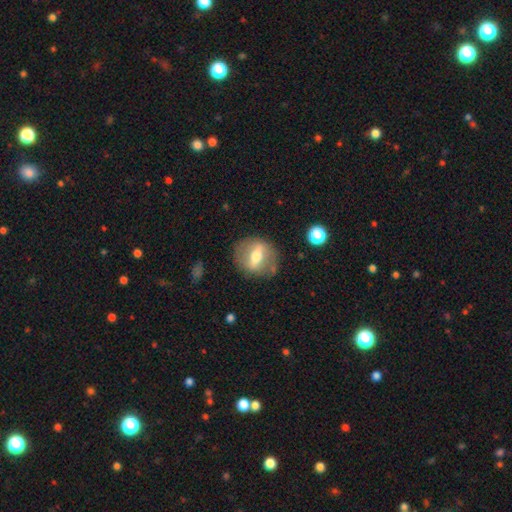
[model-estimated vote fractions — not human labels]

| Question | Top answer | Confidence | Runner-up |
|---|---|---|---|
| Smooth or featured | featured or disk | 57% | smooth (36%) |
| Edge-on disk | no | 72% | yes (28%) |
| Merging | none | 80% | minor disturbance (13%) |